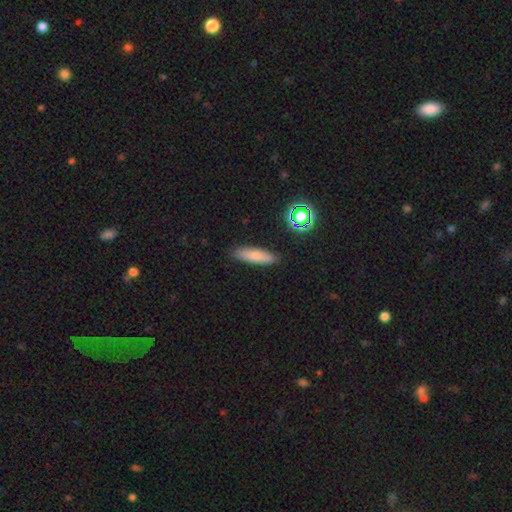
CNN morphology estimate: A smooth galaxy with no disk features (76%) that is cigar-shaped (65%).

Vote fractions:
- Smooth or featured? smooth: 76% / featured or disk: 15% / star or artifact: 9%
- How rounded? cigar-shaped: 65% / in between: 33% / round: 2%
- Merging? none: 88% / minor disturbance: 9% / major disturbance: 2% / merger: 1%